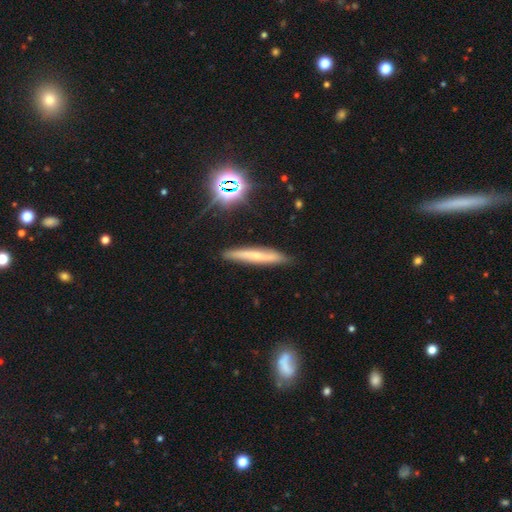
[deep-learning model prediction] The model was most divided on "smooth or featured": smooth: 44%, featured or disk: 42%, star or artifact: 13%. More confident: merging — none (84%).